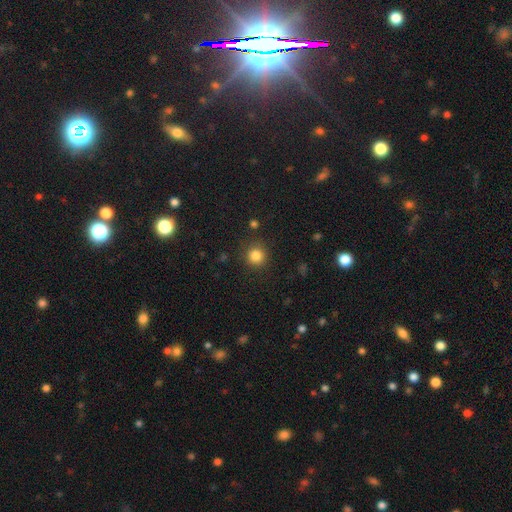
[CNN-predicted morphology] This is clearly a smooth galaxy (84%). How rounded: clearly round (93%). Merging: clearly none (88%).